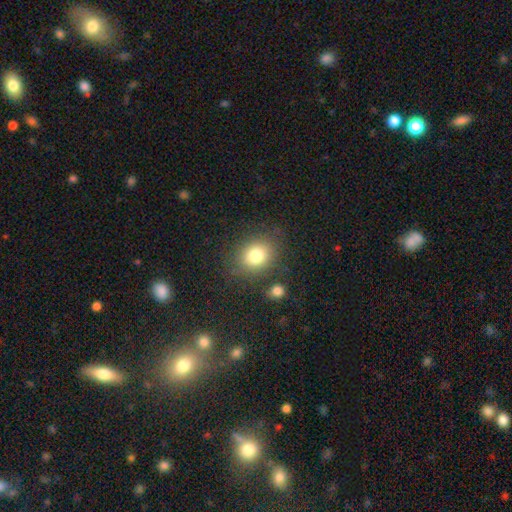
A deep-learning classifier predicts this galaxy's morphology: smooth 79%, star or artifact 12%, featured or disk 10%. Down the decision tree: how rounded — round (59%); merging — none (80%).